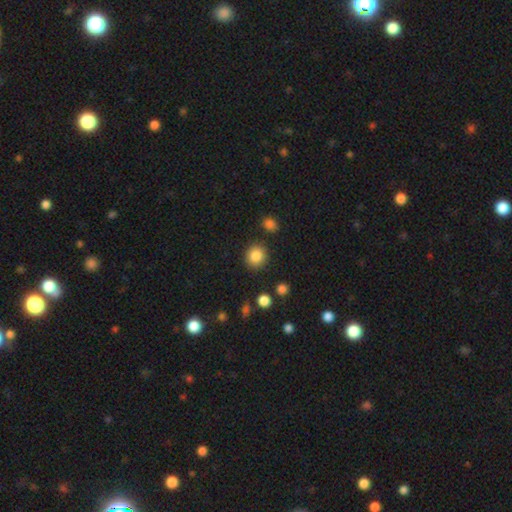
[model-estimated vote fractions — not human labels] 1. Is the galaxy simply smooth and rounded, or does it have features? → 86% smooth, 10% star or artifact, 4% featured or disk.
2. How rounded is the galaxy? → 90% round, 9% in between, 1% cigar-shaped.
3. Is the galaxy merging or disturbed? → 87% none, 7% minor disturbance, 3% merger, 3% major disturbance.